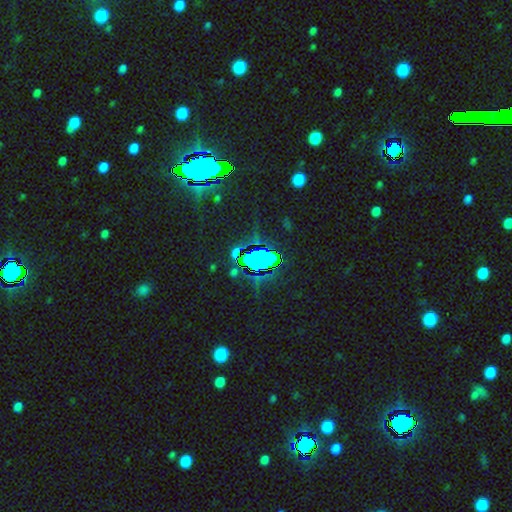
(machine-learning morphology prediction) star or artifact 71%, smooth 19%, featured or disk 10%.